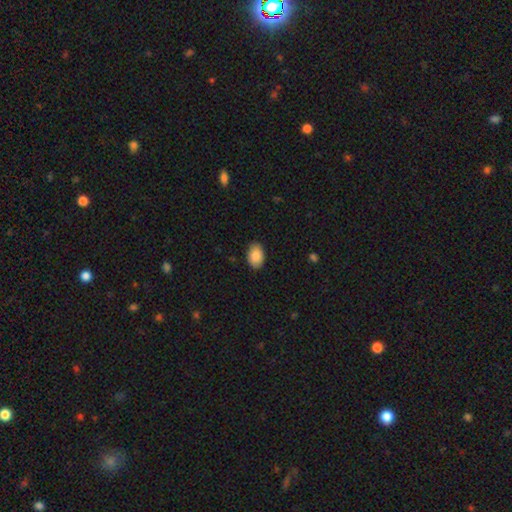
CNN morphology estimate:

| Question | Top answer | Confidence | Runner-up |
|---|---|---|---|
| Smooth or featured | smooth | 86% | featured or disk (8%) |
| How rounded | in between | 87% | round (12%) |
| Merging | none | 87% | minor disturbance (10%) |